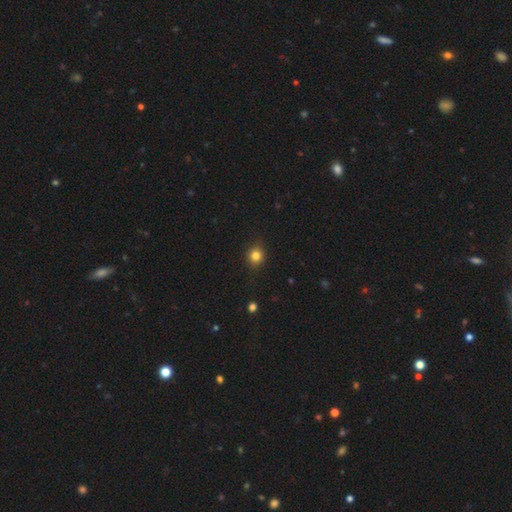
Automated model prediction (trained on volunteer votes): The model was most divided on "how rounded": round: 79%, in between: 20%, cigar-shaped: 1%. More confident: merging — none (88%); smooth or featured — smooth (82%).